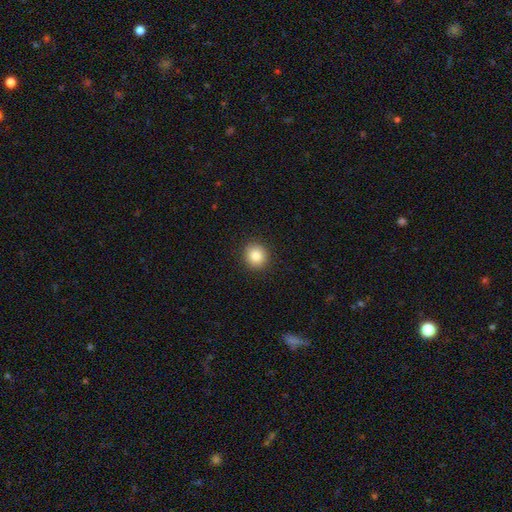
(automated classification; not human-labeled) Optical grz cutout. It shows a smooth galaxy with no disk features (85%) that is round (86%). Merging: none (91%).